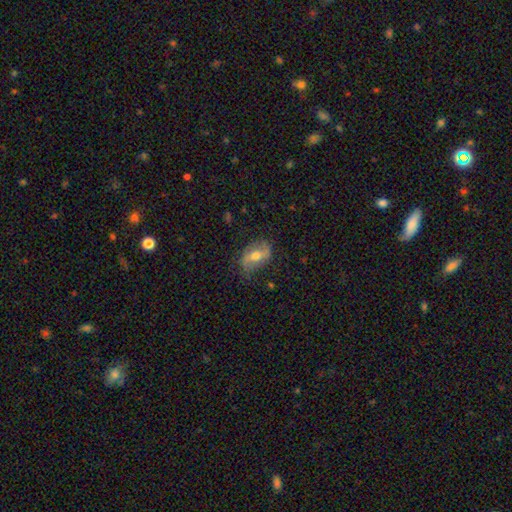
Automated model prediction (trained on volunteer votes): Smooth or featured? featured or disk (50%)
Edge-on disk? no (88%)
Merging? none (69%)